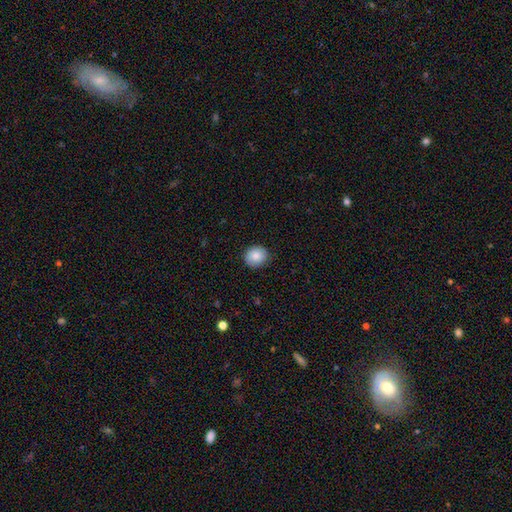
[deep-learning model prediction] Q: Smooth or featured?
A: smooth (86%); runner-up: star or artifact (8%)
Q: How rounded?
A: round (83%); runner-up: in between (16%)
Q: Merging?
A: none (88%); runner-up: minor disturbance (9%)